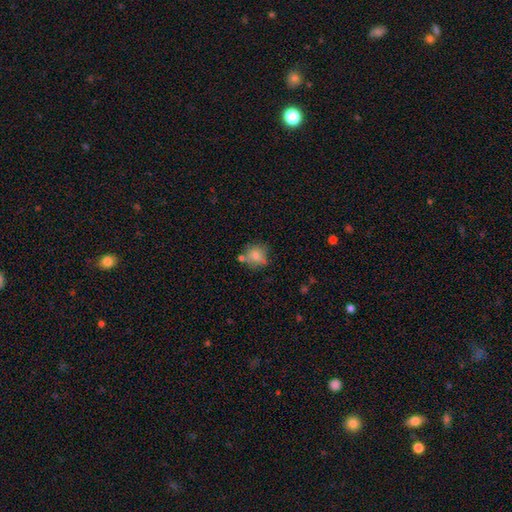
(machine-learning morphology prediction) smooth_or_featured: smooth (p=0.74) [alt: featured or disk p=0.15]
how_rounded: round (p=0.72) [alt: in between p=0.27]
merging: none (p=0.54) [alt: minor disturbance p=0.23]